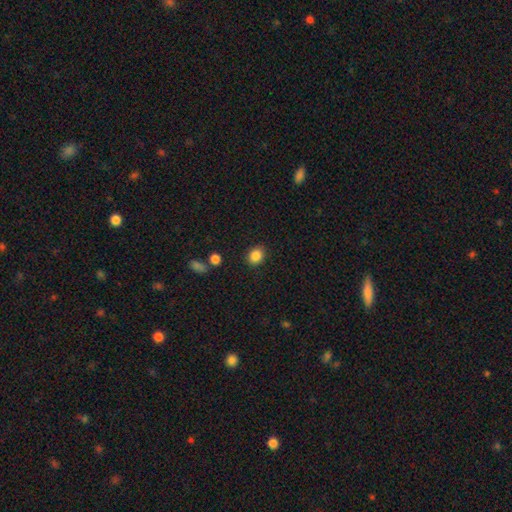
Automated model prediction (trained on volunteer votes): The model was most divided on "how rounded": round: 60%, in between: 39%, cigar-shaped: 1%. More confident: merging — none (87%); smooth or featured — smooth (86%).